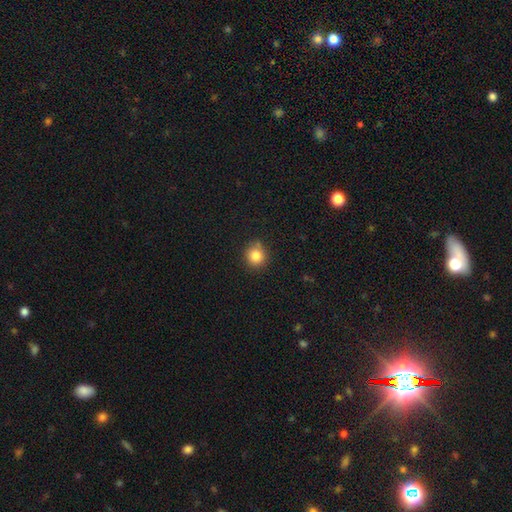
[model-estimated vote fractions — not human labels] Morphology: type=smooth (84%); roundness=round (90%); merging=none (81%).